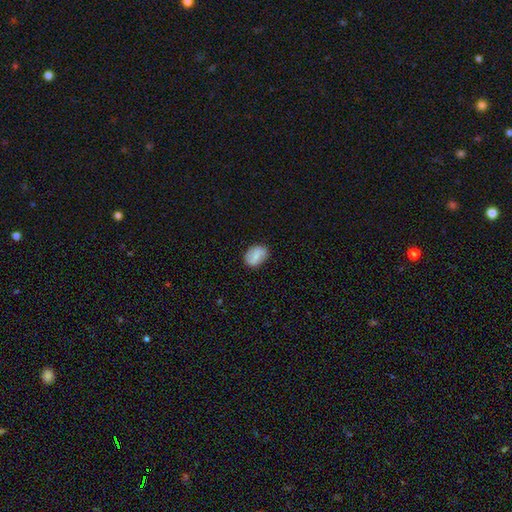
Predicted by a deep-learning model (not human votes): This appears to be a smooth galaxy with no disk features (69%) that is in between round and cigar-shaped (77%). Merging: none (81%).